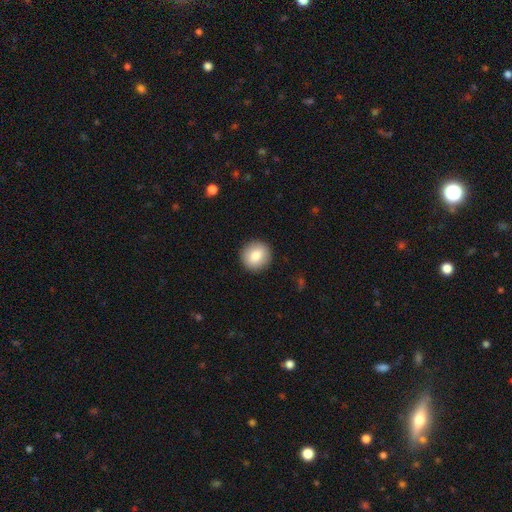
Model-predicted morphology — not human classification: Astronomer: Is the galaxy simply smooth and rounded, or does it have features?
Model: smooth — 81%.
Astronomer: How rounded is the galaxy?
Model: round — 92%.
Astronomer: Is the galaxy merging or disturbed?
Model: none — 92%.